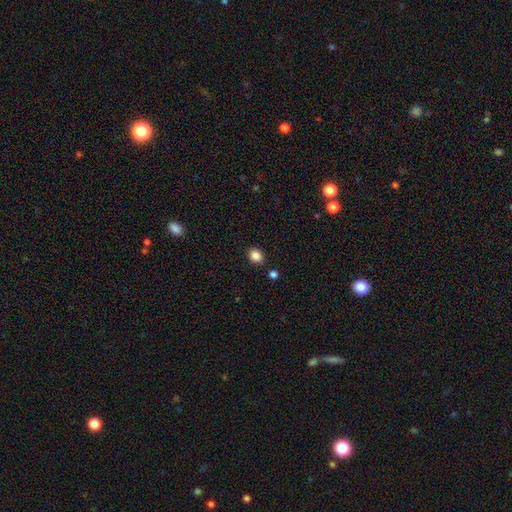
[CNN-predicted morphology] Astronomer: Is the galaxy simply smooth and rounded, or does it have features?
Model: smooth — 86%.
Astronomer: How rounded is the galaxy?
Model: round — 55% (runner-up: in between, 44%).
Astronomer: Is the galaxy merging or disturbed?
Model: none — 88%.